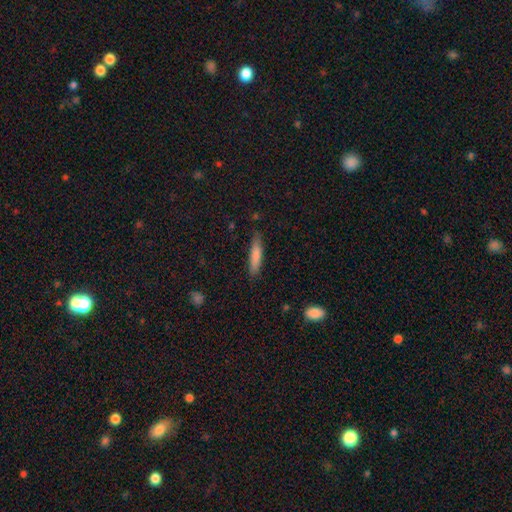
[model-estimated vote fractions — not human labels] smooth-or-featured: smooth: 79% | featured or disk: 15% | star or artifact: 6%
  how-rounded: cigar-shaped: 87% | in between: 12% | round: 1%
  merging: none: 84% | minor disturbance: 12% | major disturbance: 2% | merger: 1%